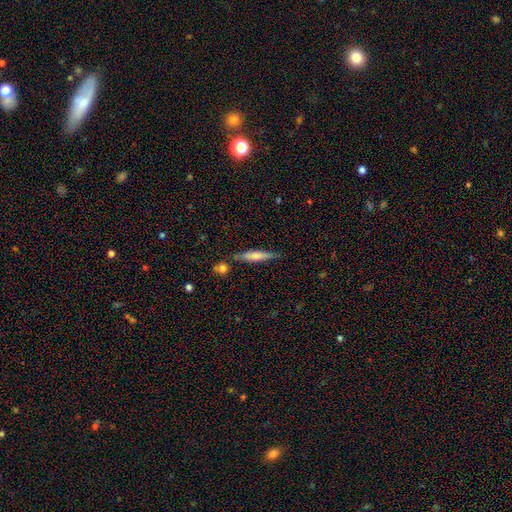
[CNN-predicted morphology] This appears to be a smooth galaxy with no disk features (62%) that is cigar-shaped (86%). Merging: none (75%).